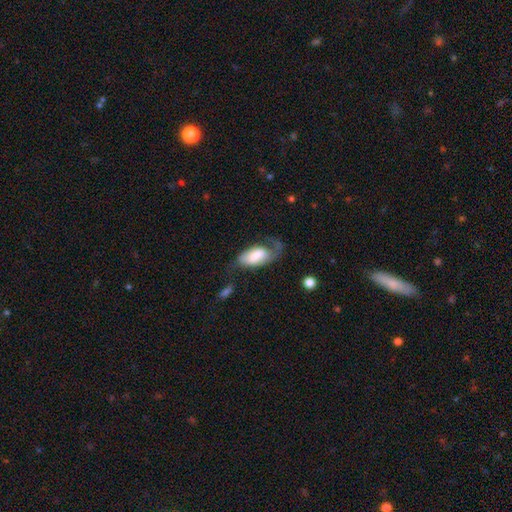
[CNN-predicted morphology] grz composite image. It shows a smooth galaxy with no disk features (59%) that is in between round and cigar-shaped (93%). Merging: major disturbance (43%).